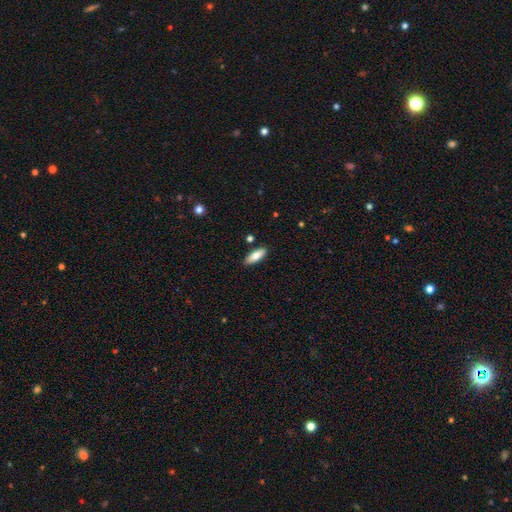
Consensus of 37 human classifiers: Smooth or featured?
  - smooth: 70% *
  - featured or disk: 24%
  - star or artifact: 5%
How rounded?
  - in between: 69% *
  - cigar-shaped: 31%
  - round: 0%
Merging?
  - none: 91% *
  - minor disturbance: 6%
  - merger: 3%
  - major disturbance: 0%